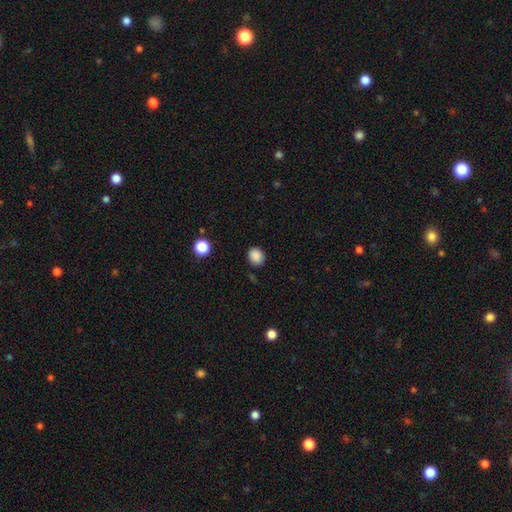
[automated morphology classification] Q: Smooth or featured?
A: smooth (87%); runner-up: star or artifact (10%)
Q: How rounded?
A: round (67%); runner-up: in between (33%)
Q: Merging?
A: none (87%); runner-up: minor disturbance (9%)